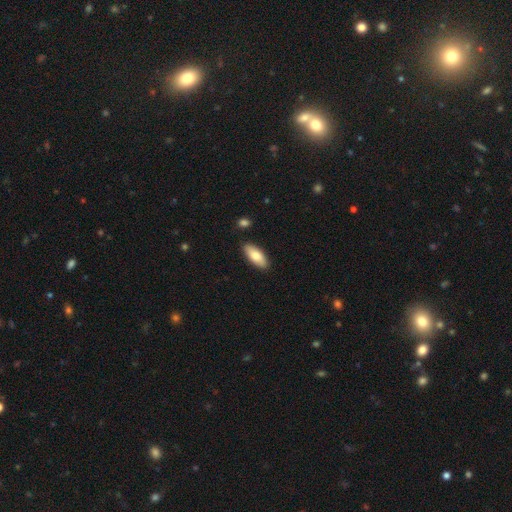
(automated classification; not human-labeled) Q: Smooth or featured?
A: smooth (79%); runner-up: featured or disk (15%)
Q: How rounded?
A: in between (79%); runner-up: cigar-shaped (19%)
Q: Merging?
A: none (87%); runner-up: minor disturbance (9%)